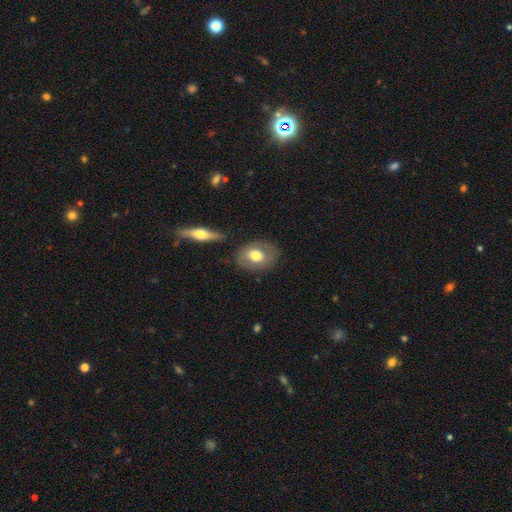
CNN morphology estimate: Q: Smooth or featured?
A: smooth (66%); runner-up: featured or disk (28%)
Q: How rounded?
A: in between (63%); runner-up: round (35%)
Q: Merging?
A: none (79%); runner-up: minor disturbance (13%)